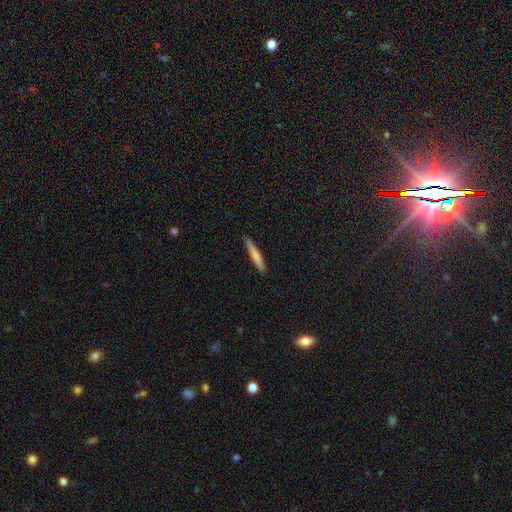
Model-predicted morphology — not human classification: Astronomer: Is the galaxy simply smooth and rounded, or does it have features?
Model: smooth — 71%.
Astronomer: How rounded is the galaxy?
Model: cigar-shaped — 95%.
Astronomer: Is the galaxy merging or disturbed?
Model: none — 88%.